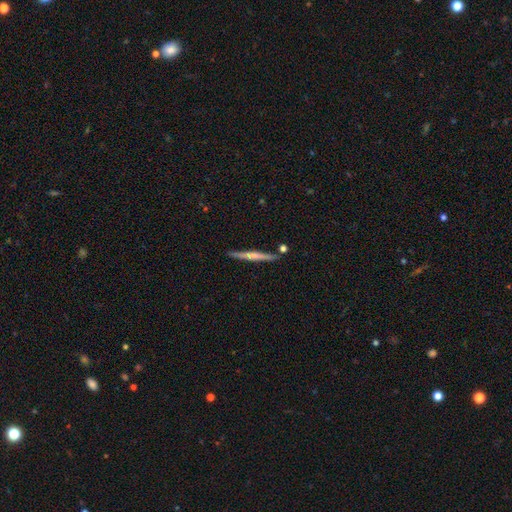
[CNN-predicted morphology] featured or disk 58%, smooth 36%, star or artifact 6%. Down the decision tree: edge-on disk — yes (97%); edge-on bulge — none (45%); merging — none (88%).